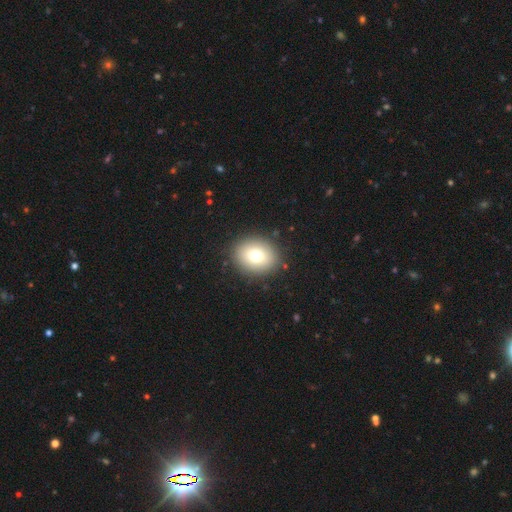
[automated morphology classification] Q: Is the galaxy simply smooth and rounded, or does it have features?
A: smooth — 76%.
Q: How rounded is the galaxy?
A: round — 57%.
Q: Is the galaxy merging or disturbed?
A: none — 89%.